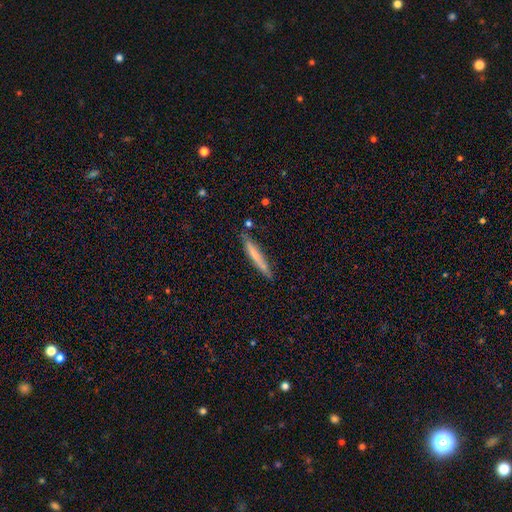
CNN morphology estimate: The model was most divided on "smooth or featured": smooth: 60%, featured or disk: 33%, star or artifact: 6%. More confident: how rounded — cigar-shaped (95%); merging — none (83%).